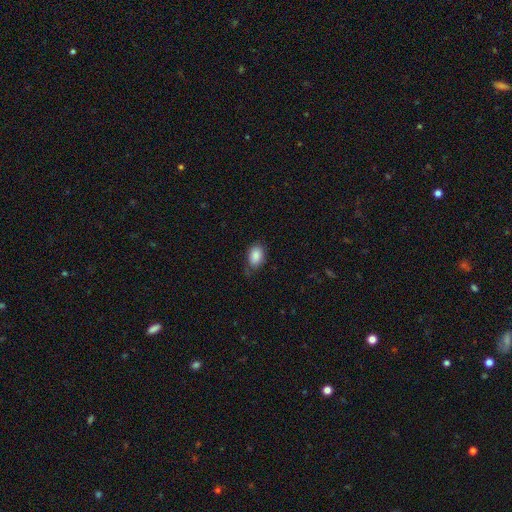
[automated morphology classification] Smooth or featured: smooth — 87% (star or artifact — 7%)
How rounded: in between — 86% (round — 13%)
Merging: none — 67% (minor disturbance — 25%)